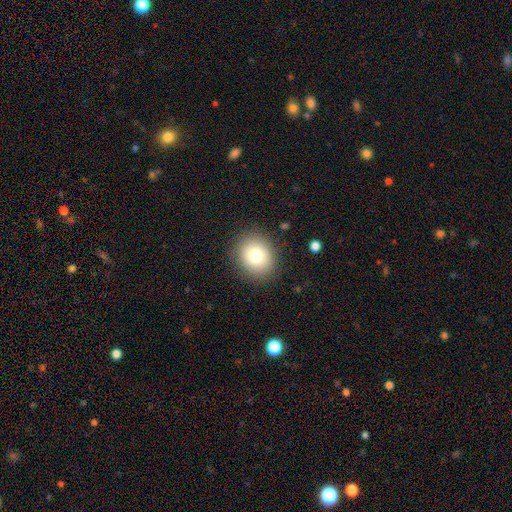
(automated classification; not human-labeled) Morphology: type=smooth (77%); roundness=round (67%); merging=none (87%).